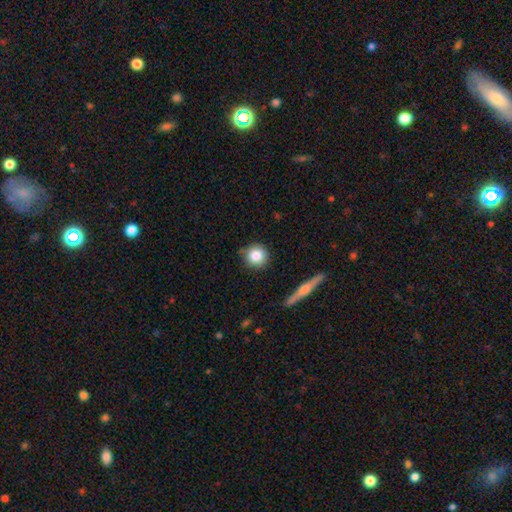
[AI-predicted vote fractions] smooth_or_featured: smooth (p=0.82) [alt: featured or disk p=0.10]
how_rounded: round (p=0.93) [alt: in between p=0.06]
merging: none (p=0.86) [alt: minor disturbance p=0.09]